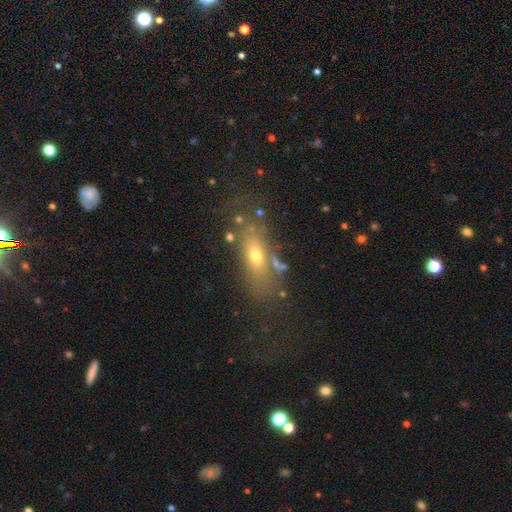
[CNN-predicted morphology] Smooth or featured: smooth — 59% (featured or disk — 28%)
How rounded: in between — 64% (cigar-shaped — 28%)
Merging: none — 66% (minor disturbance — 17%)